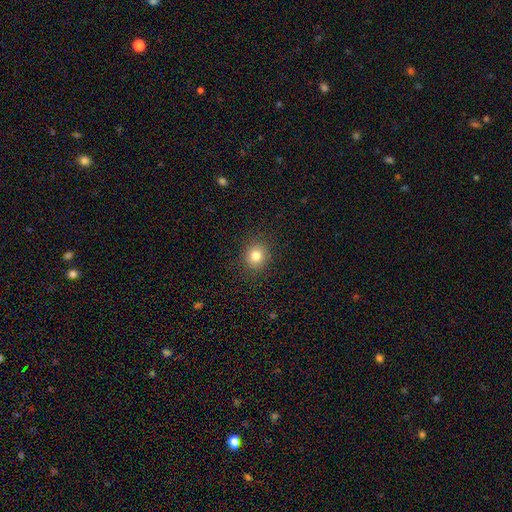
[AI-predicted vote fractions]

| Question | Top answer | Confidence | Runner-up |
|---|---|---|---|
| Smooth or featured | smooth | 81% | star or artifact (12%) |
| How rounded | round | 81% | in between (18%) |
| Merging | none | 89% | minor disturbance (7%) |